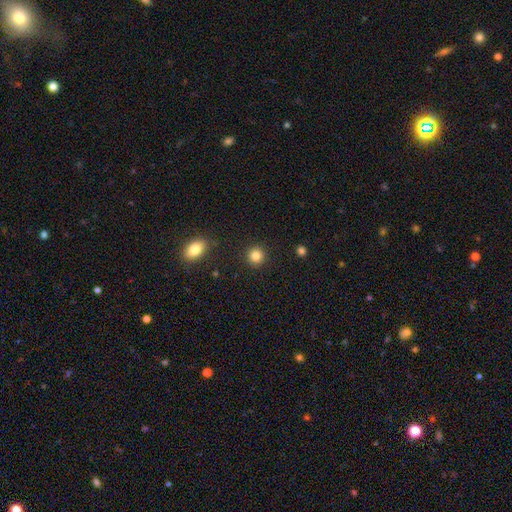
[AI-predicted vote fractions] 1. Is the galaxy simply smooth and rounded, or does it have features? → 85% smooth, 10% star or artifact, 5% featured or disk.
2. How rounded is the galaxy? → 93% round, 6% in between, 1% cigar-shaped.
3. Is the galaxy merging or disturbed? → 91% none, 5% minor disturbance, 2% major disturbance, 2% merger.